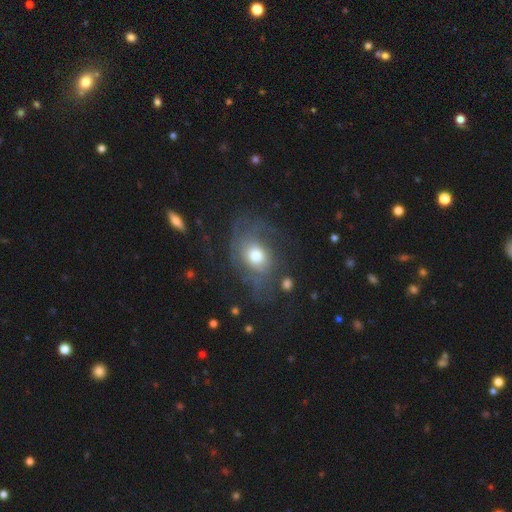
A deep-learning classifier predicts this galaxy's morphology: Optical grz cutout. It shows a featured or disk galaxy (47%). Merging: none (47%).